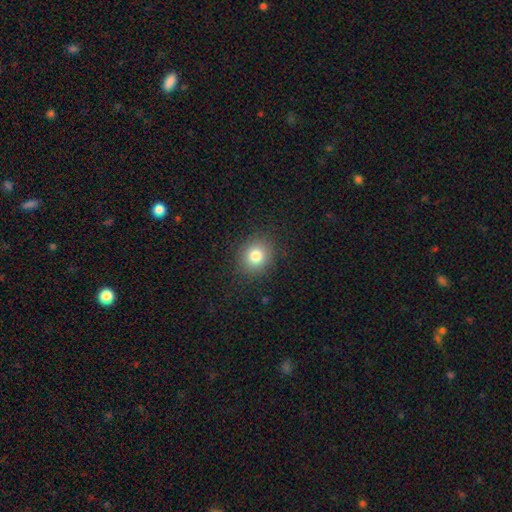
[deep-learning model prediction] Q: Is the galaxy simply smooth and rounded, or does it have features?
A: smooth — 81%.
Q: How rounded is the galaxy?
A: round — 79%.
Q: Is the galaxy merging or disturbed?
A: none — 88%.